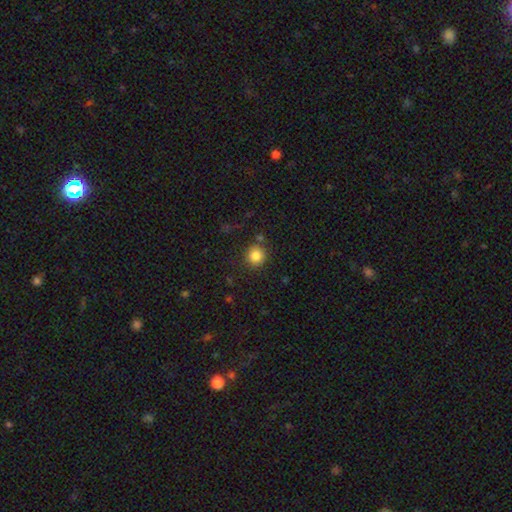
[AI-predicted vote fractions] A smooth galaxy with no disk features (84%) that is round (91%).

Vote fractions:
- Smooth or featured? smooth: 84% / star or artifact: 11% / featured or disk: 5%
- How rounded? round: 91% / in between: 8% / cigar-shaped: 1%
- Merging? none: 83% / minor disturbance: 9% / merger: 5% / major disturbance: 3%